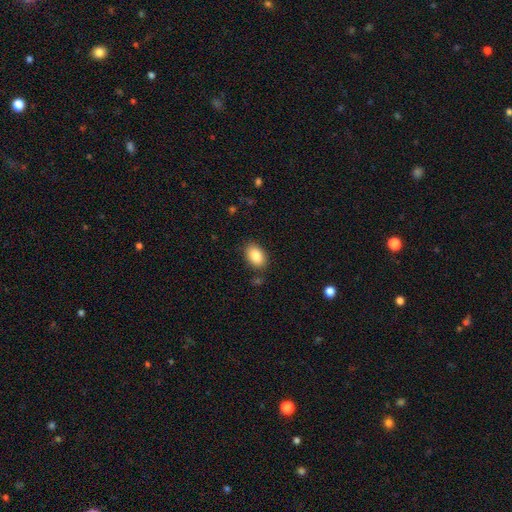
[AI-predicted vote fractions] smooth 86%, star or artifact 7%, featured or disk 7%. Down the decision tree: how rounded — in between (89%); merging — none (85%).